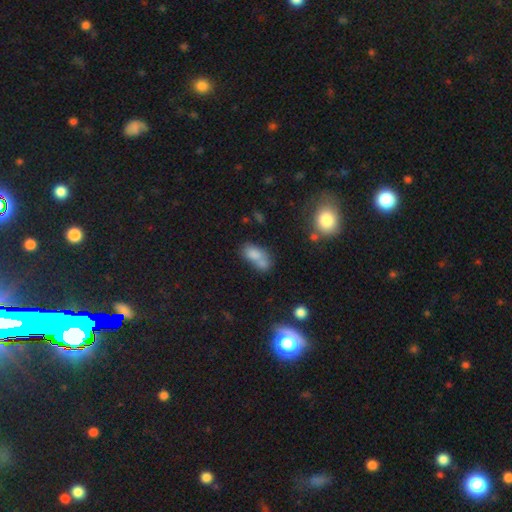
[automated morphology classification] smooth-or-featured: smooth: 75% | featured or disk: 14% | star or artifact: 11%
  how-rounded: in between: 85% | round: 10% | cigar-shaped: 5%
  merging: merger: 48% | none: 31% | minor disturbance: 14% | major disturbance: 8%